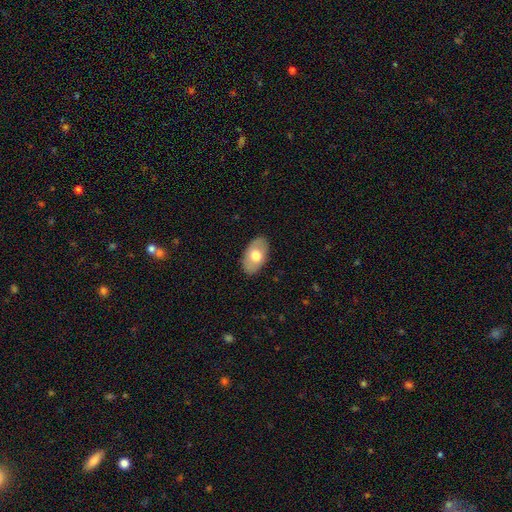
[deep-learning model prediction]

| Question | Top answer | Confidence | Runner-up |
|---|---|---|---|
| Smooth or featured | smooth | 65% | featured or disk (29%) |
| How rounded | in between | 92% | round (6%) |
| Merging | none | 86% | minor disturbance (11%) |